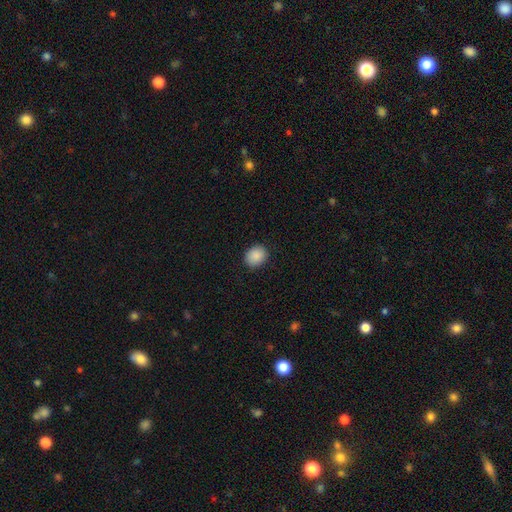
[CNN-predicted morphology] smooth-or-featured: smooth: 89% | star or artifact: 8% | featured or disk: 3%
  how-rounded: round: 67% | in between: 32% | cigar-shaped: 1%
  merging: none: 89% | minor disturbance: 8% | major disturbance: 2% | merger: 1%